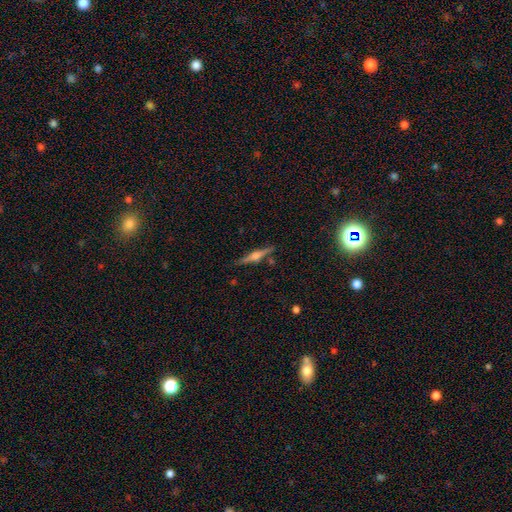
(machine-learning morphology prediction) smooth_or_featured: featured or disk (p=0.74) [alt: smooth p=0.19]
disk_edge_on: yes (p=0.98) [alt: no p=0.02]
edge_on_bulge: rounded (p=0.91) [alt: boxy p=0.06]
merging: none (p=0.87) [alt: minor disturbance p=0.08]